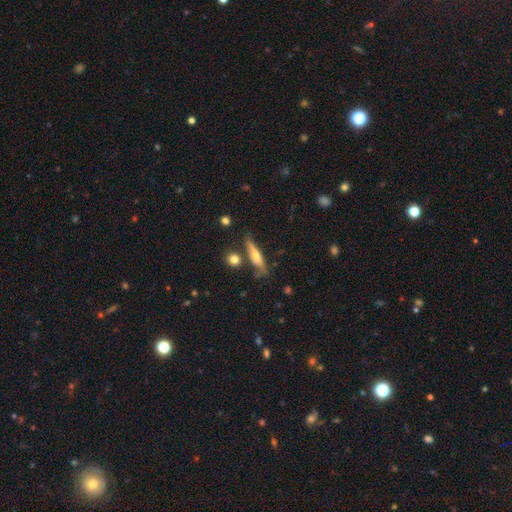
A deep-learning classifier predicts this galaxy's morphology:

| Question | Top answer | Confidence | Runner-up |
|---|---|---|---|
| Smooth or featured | smooth | 55% | featured or disk (38%) |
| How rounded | cigar-shaped | 80% | in between (15%) |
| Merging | none | 74% | minor disturbance (15%) |